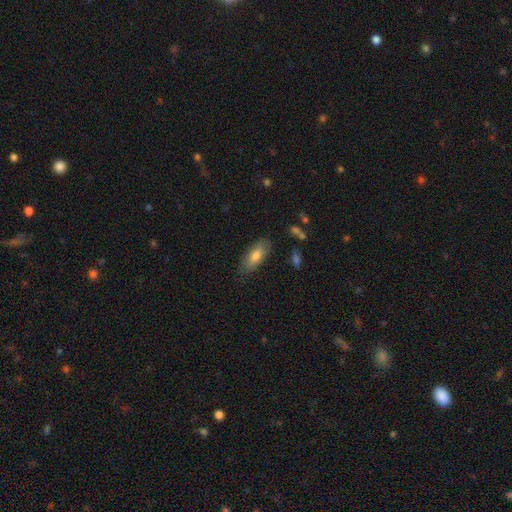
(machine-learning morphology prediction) Q: Smooth or featured?
A: smooth (75%); runner-up: featured or disk (19%)
Q: How rounded?
A: in between (75%); runner-up: cigar-shaped (23%)
Q: Merging?
A: none (82%); runner-up: minor disturbance (13%)